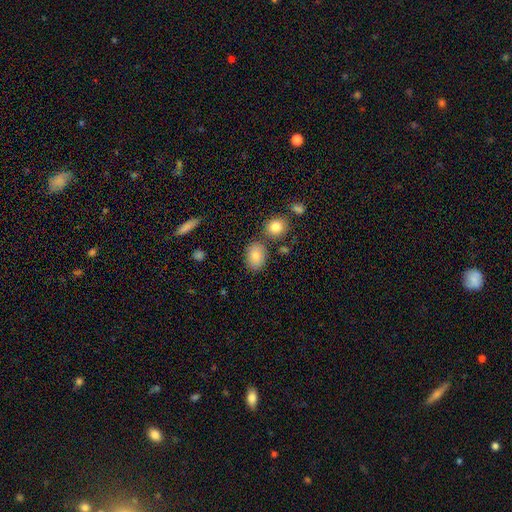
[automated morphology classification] Smooth or featured: smooth — 83% (star or artifact — 8%)
How rounded: in between — 76% (round — 22%)
Merging: none — 76% (minor disturbance — 13%)